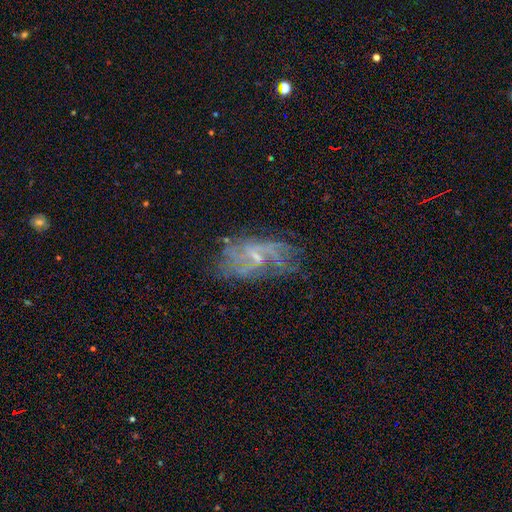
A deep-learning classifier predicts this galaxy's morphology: This appears to be a featured or disk galaxy (72%) with a weak bar (48%), loose (46%) spiral arms (79%) and a small central bulge (67%). Merging: none (60%).